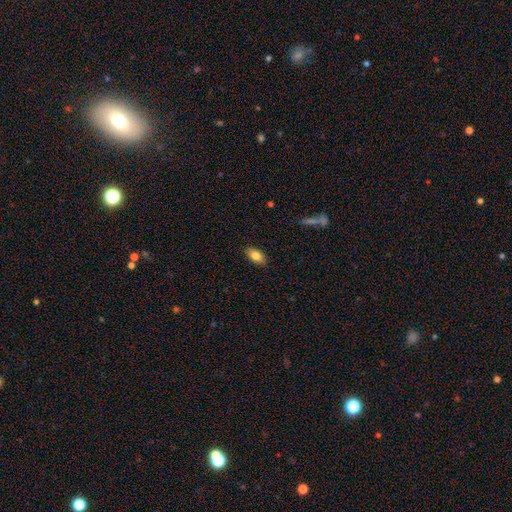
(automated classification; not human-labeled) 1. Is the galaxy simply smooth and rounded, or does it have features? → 83% smooth, 10% featured or disk, 7% star or artifact.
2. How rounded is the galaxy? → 91% in between, 5% cigar-shaped, 4% round.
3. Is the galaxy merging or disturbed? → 88% none, 9% minor disturbance, 2% major disturbance, 1% merger.